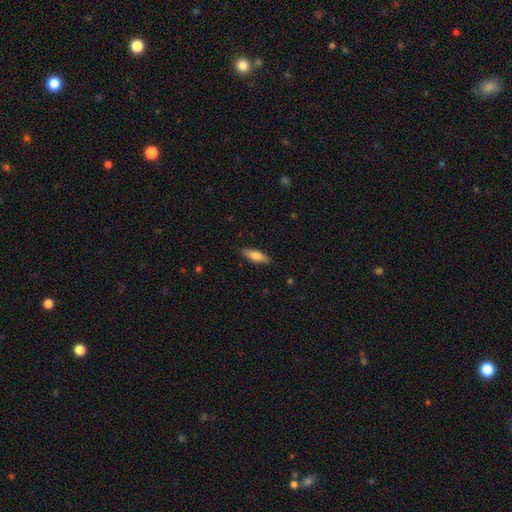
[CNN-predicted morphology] Smooth or featured?
  - smooth: 74% *
  - featured or disk: 20%
  - star or artifact: 6%
How rounded?
  - cigar-shaped: 51% *
  - in between: 47%
  - round: 2%
Merging?
  - none: 86% *
  - minor disturbance: 10%
  - major disturbance: 2%
  - merger: 1%